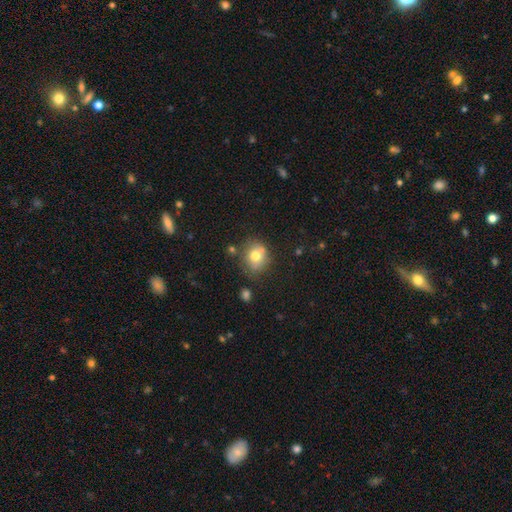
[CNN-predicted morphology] type=smooth (72%); roundness=round (73%); merging=none (66%).